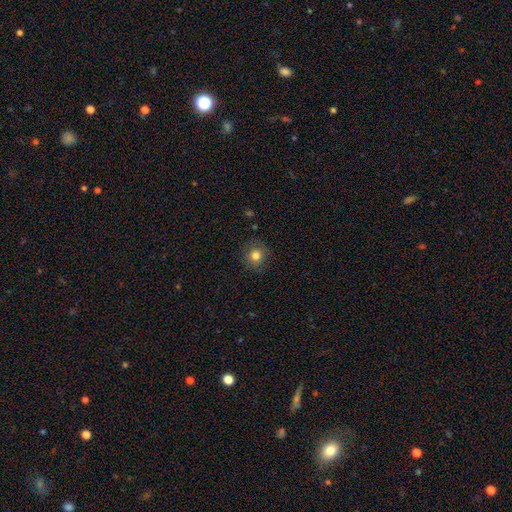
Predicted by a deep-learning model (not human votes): A smooth galaxy with no disk features (80%) that is round (89%). Merging: none (87%).